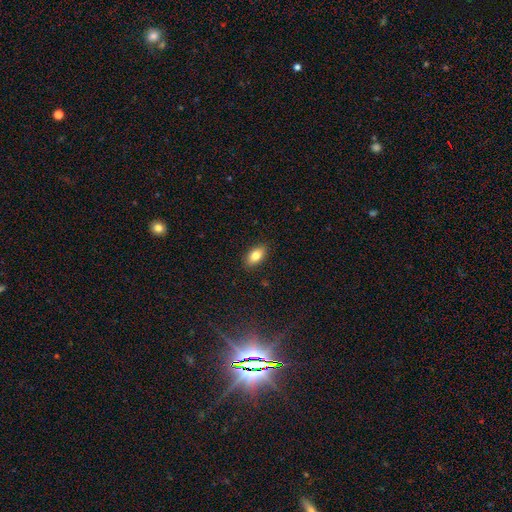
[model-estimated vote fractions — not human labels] Smooth or featured? Predicted: smooth (p=0.82). How rounded? Predicted: in between (p=0.90). Merging? Predicted: none (p=0.88).